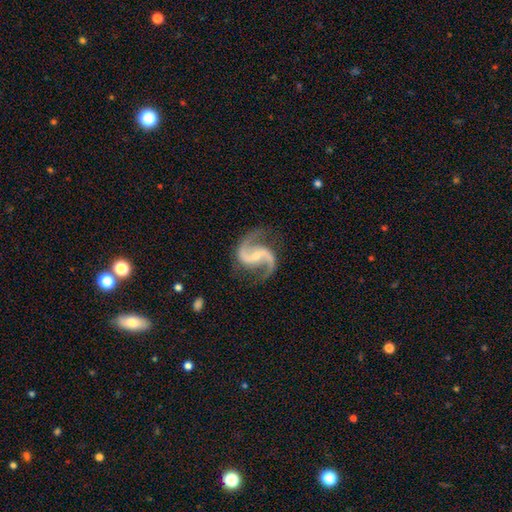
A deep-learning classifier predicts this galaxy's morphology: A featured or disk galaxy (93%) with a weak bar (42%), 2 (94%) medium (51%) spiral arms (98%) and a small central bulge (63%).

Vote fractions:
- Smooth or featured? featured or disk: 93% / star or artifact: 4% / smooth: 3%
- Edge-on disk? no: 98% / yes: 2%
- Bar? weak: 42% / no: 37% / strong: 21%
- Spiral arms? yes: 98% / no: 2%
- Spiral winding? medium: 51% / loose: 42% / tight: 8%
- Spiral arm count? 2: 94% / 1: 1% / 3: 1% / can't tell: 1% / 4: 1% / more than 4: 1%
- Bulge size? small: 63% / moderate: 29% / none: 5% / large: 1% / dominant: 1%
- Merging? none: 79% / minor disturbance: 14% / major disturbance: 6% / merger: 2%